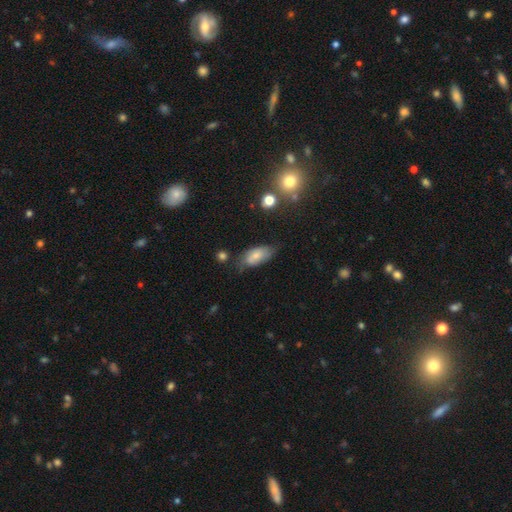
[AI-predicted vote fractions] Smooth or featured: smooth — 68% (featured or disk — 24%)
How rounded: in between — 90% (cigar-shaped — 7%)
Merging: none — 57% (minor disturbance — 32%)